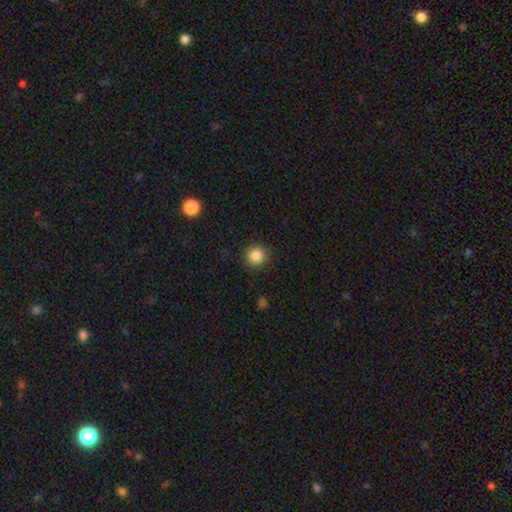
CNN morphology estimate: smooth 86%, star or artifact 10%, featured or disk 4%. Down the decision tree: how rounded — round (94%); merging — none (91%).